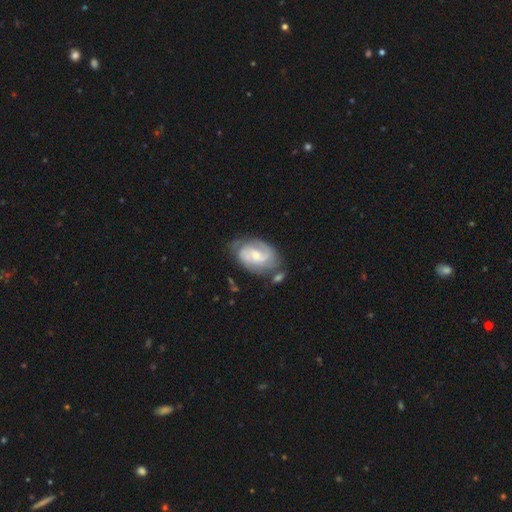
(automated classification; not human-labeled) The model was most divided on "bar": no: 47%, weak: 45%, strong: 8%. More confident: edge-on disk — no (97%); spiral arms — yes (95%); smooth or featured — featured or disk (83%); merging — none (63%); spiral arm count — 2 (59%); bulge size — small (54%); spiral winding — tight (51%).